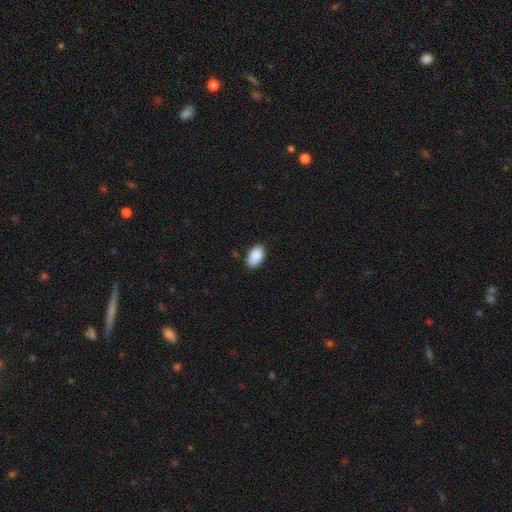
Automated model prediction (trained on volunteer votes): smooth 89%, star or artifact 6%, featured or disk 4%. Down the decision tree: how rounded — in between (94%); merging — none (84%).